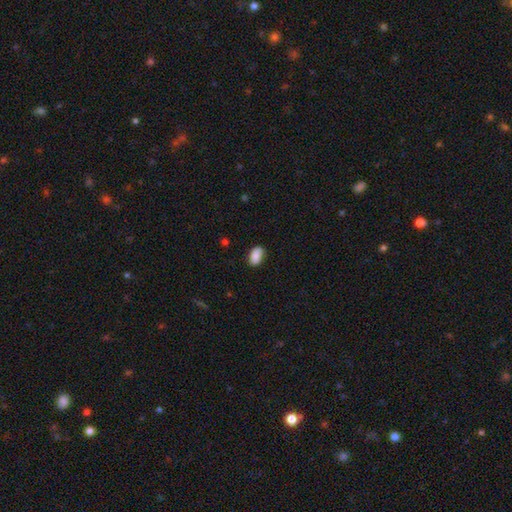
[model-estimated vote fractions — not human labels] A smooth galaxy with no disk features (83%) that is in between round and cigar-shaped (90%).

Vote fractions:
- Smooth or featured? smooth: 83% / featured or disk: 10% / star or artifact: 8%
- How rounded? in between: 90% / round: 8% / cigar-shaped: 2%
- Merging? none: 73% / minor disturbance: 21% / major disturbance: 4% / merger: 2%